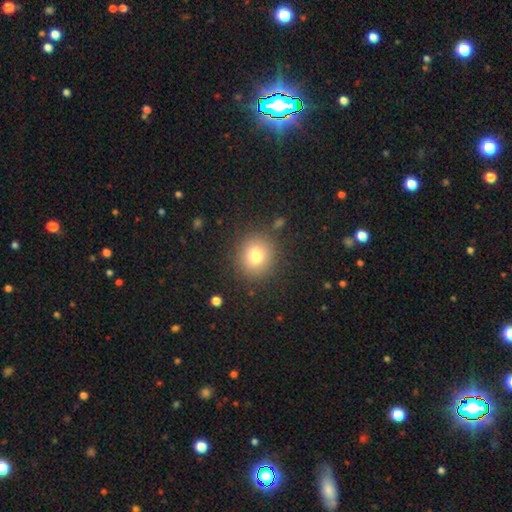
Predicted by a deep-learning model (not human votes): Morphology: type=smooth (77%); roundness=round (85%); merging=none (86%).